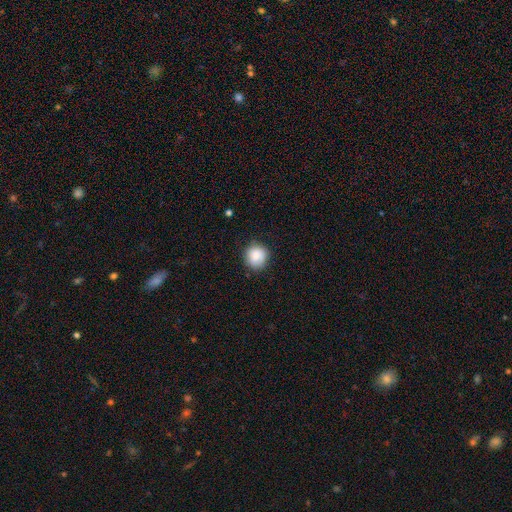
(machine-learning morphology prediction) Q: Smooth or featured?
A: smooth (83%); runner-up: featured or disk (9%)
Q: How rounded?
A: round (92%); runner-up: in between (7%)
Q: Merging?
A: none (85%); runner-up: minor disturbance (12%)